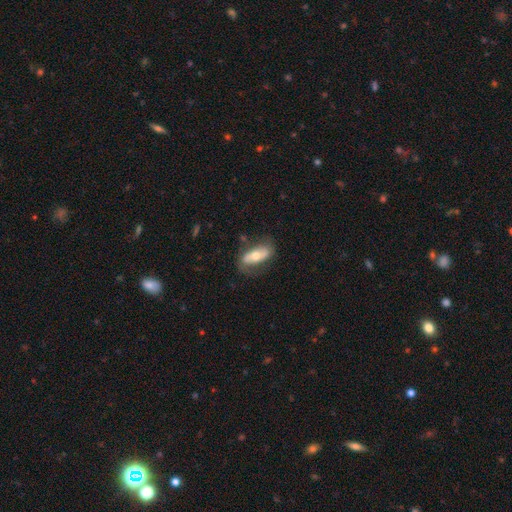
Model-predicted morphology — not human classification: A featured or disk galaxy (48%).

Vote fractions:
- Smooth or featured? featured or disk: 48% / smooth: 46% / star or artifact: 6%
- Merging? none: 67% / minor disturbance: 22% / major disturbance: 9% / merger: 2%